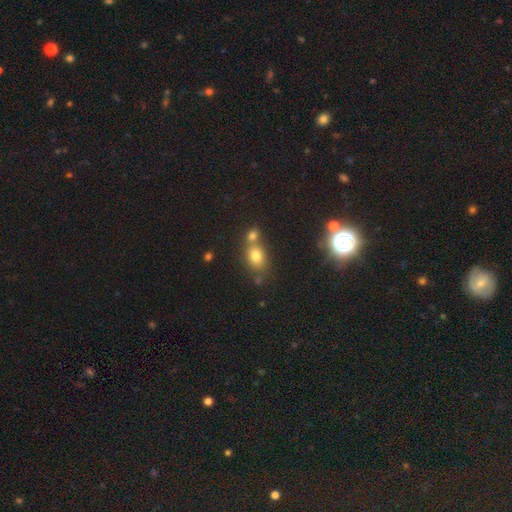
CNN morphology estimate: The model was most divided on "merging": none: 47%, merger: 38%, minor disturbance: 11%, major disturbance: 4%. More confident: smooth or featured — smooth (74%); how rounded — in between (67%).